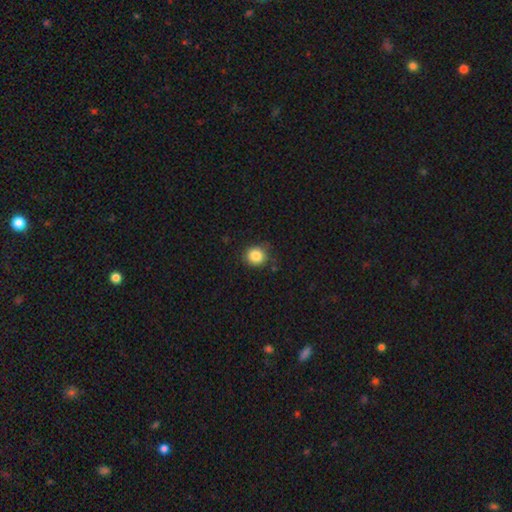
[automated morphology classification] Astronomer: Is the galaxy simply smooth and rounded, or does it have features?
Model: smooth — 85%.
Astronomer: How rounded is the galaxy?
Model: round — 87%.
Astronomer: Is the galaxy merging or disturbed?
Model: none — 84%.